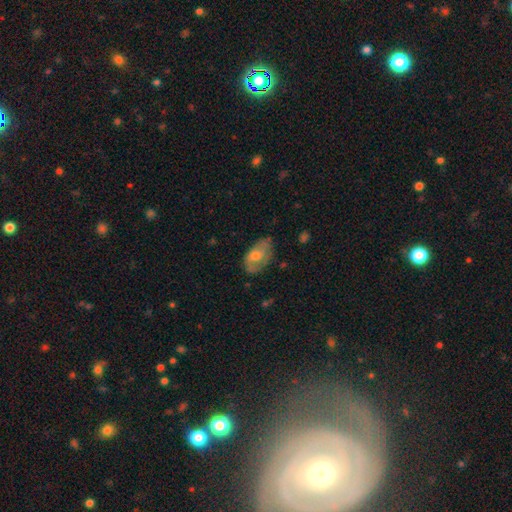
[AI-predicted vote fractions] A smooth galaxy with no disk features (53%) that is in between round and cigar-shaped (90%). Merging: none (56%).